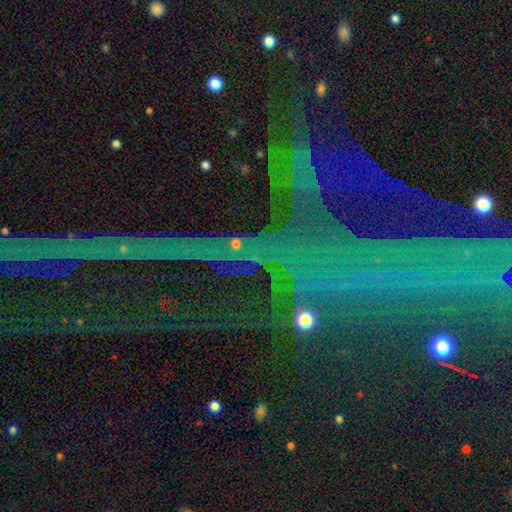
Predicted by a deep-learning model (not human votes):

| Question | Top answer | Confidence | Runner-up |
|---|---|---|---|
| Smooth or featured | star or artifact | 84% | featured or disk (9%) |